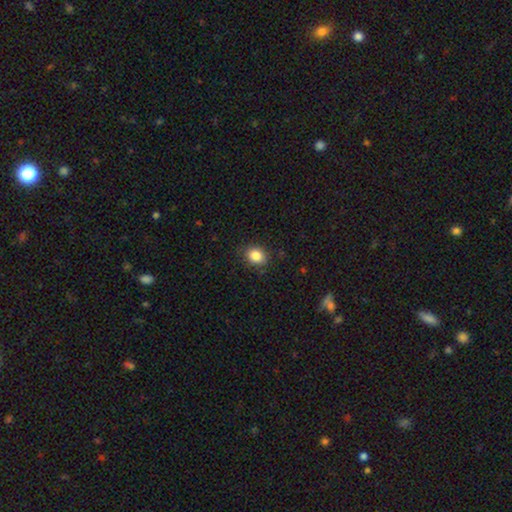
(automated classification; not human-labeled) Smooth or featured: smooth — 85% (star or artifact — 9%)
How rounded: in between — 50% (round — 49%)
Merging: none — 85% (minor disturbance — 11%)